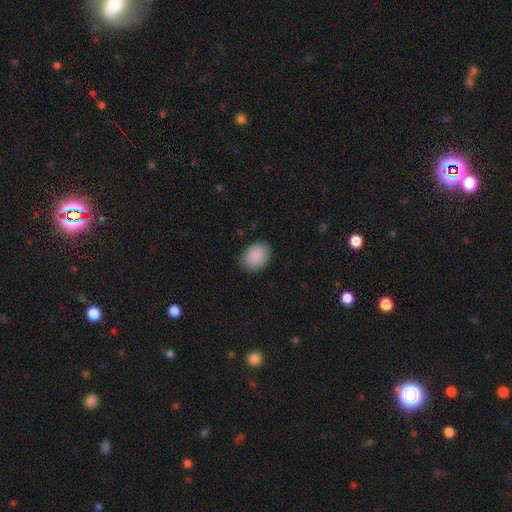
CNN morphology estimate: Q: Smooth or featured?
A: smooth (90%); runner-up: star or artifact (7%)
Q: How rounded?
A: in between (65%); runner-up: round (34%)
Q: Merging?
A: none (85%); runner-up: minor disturbance (11%)